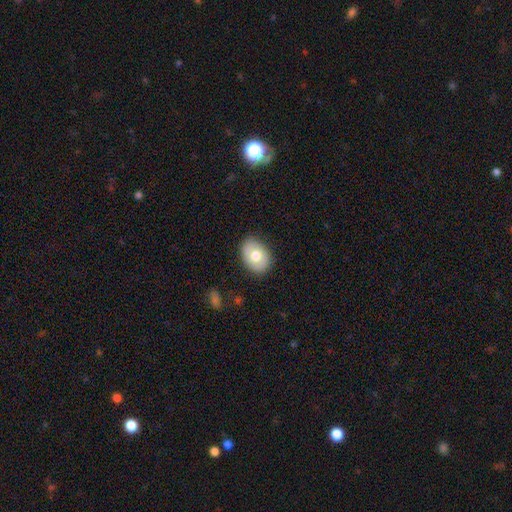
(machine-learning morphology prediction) The model was most divided on "how rounded": in between: 68%, round: 31%, cigar-shaped: 1%. More confident: merging — none (84%); smooth or featured — smooth (65%).